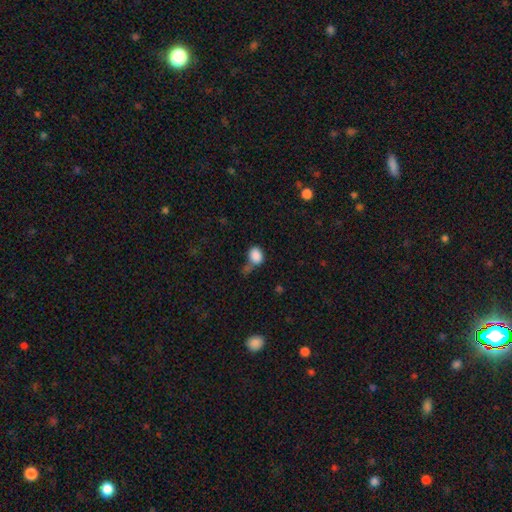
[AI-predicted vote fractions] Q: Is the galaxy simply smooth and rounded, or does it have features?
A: smooth — 85%.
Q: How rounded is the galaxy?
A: in between — 60%.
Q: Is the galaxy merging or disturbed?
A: none — 36%.